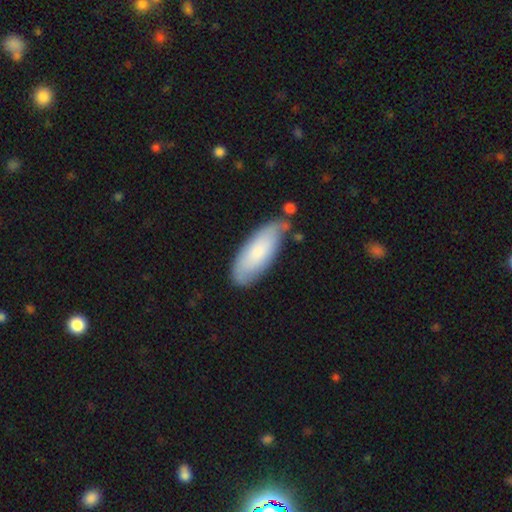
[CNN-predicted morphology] Smooth or featured?
  - smooth: 76% *
  - featured or disk: 18%
  - star or artifact: 6%
How rounded?
  - in between: 76% *
  - cigar-shaped: 22%
  - round: 2%
Merging?
  - none: 65% *
  - minor disturbance: 24%
  - merger: 6%
  - major disturbance: 5%